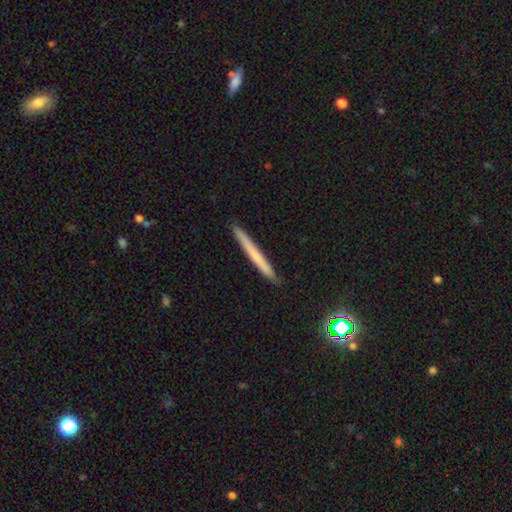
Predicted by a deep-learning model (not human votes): Smooth or featured? smooth (58%)
How rounded? cigar-shaped (97%)
Merging? none (91%)